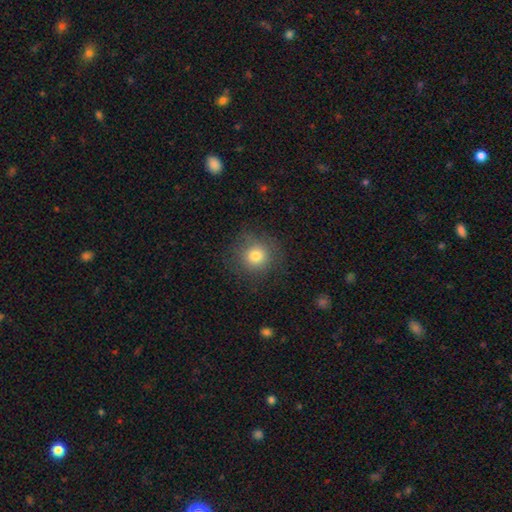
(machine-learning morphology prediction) smooth 78%, star or artifact 12%, featured or disk 10%. Down the decision tree: how rounded — round (92%); merging — none (83%).